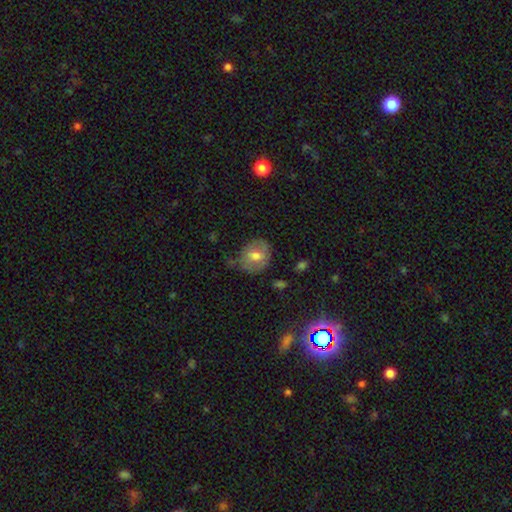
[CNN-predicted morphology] Smooth or featured?
  - smooth: 63% *
  - featured or disk: 29%
  - star or artifact: 8%
How rounded?
  - round: 68% *
  - in between: 31%
  - cigar-shaped: 1%
Merging?
  - none: 61% *
  - minor disturbance: 26%
  - major disturbance: 9%
  - merger: 3%